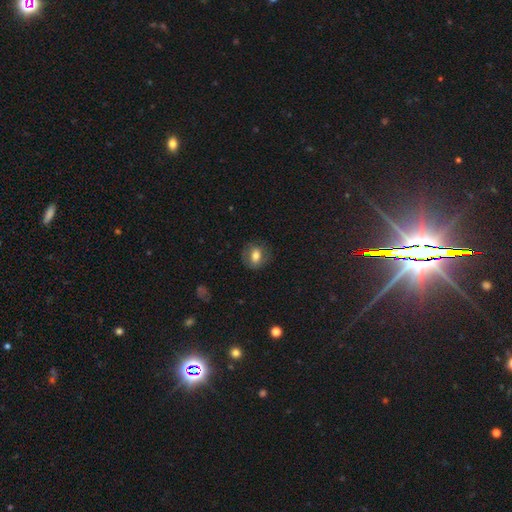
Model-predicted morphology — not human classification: Q: Smooth or featured?
A: smooth (69%); runner-up: featured or disk (21%)
Q: How rounded?
A: round (52%); runner-up: in between (46%)
Q: Merging?
A: none (79%); runner-up: minor disturbance (14%)